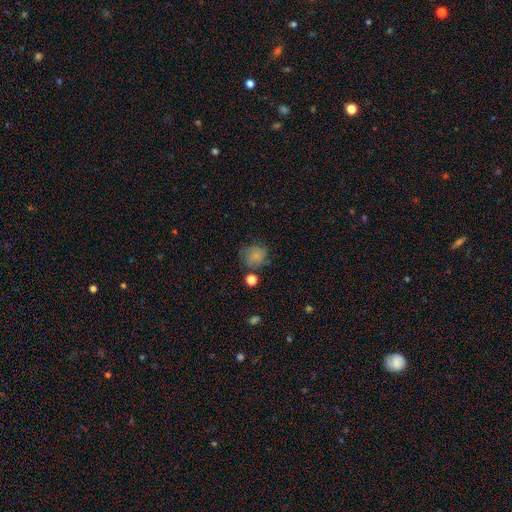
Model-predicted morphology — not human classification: The model was most divided on "merging": none: 60%, minor disturbance: 23%, major disturbance: 11%, merger: 6%. More confident: how rounded — round (76%); smooth or featured — smooth (69%).